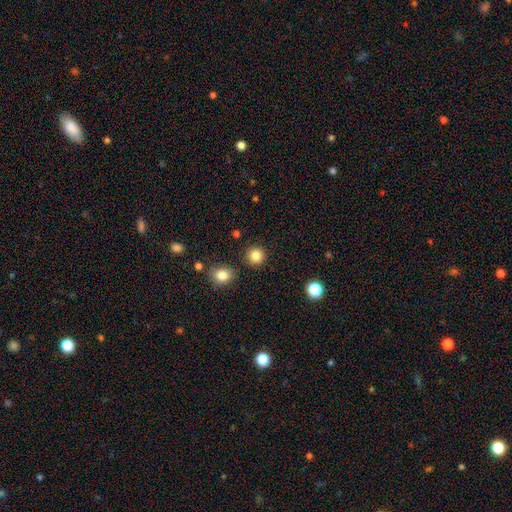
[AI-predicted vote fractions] smooth_or_featured: smooth (p=0.85) [alt: star or artifact p=0.11]
how_rounded: round (p=0.93) [alt: in between p=0.06]
merging: none (p=0.89) [alt: minor disturbance p=0.06]